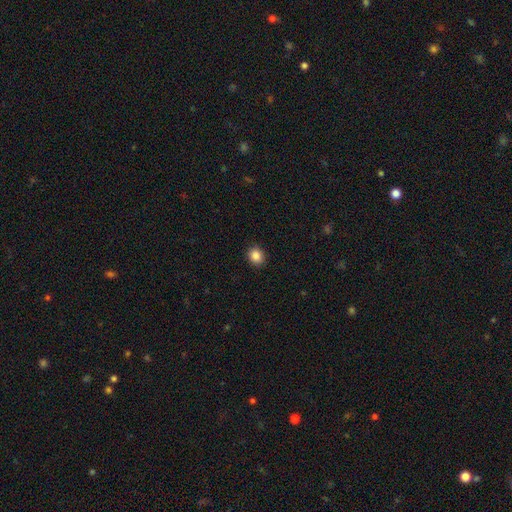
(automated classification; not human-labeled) smooth_or_featured: smooth (p=0.86) [alt: star or artifact p=0.10]
how_rounded: round (p=0.72) [alt: in between p=0.27]
merging: none (p=0.90) [alt: minor disturbance p=0.07]